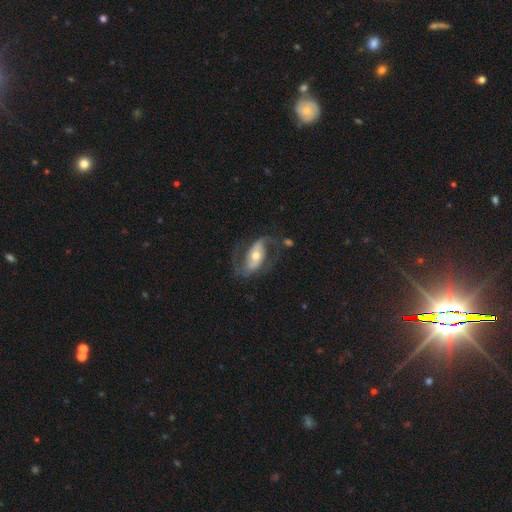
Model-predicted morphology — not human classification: Smooth or featured? featured or disk (80%)
Edge-on disk? no (94%)
Bar? strong (42%)
Spiral arms? yes (90%)
Spiral winding? medium (46%)
Spiral arm count? 2 (90%)
Bulge size? moderate (61%)
Merging? none (65%)